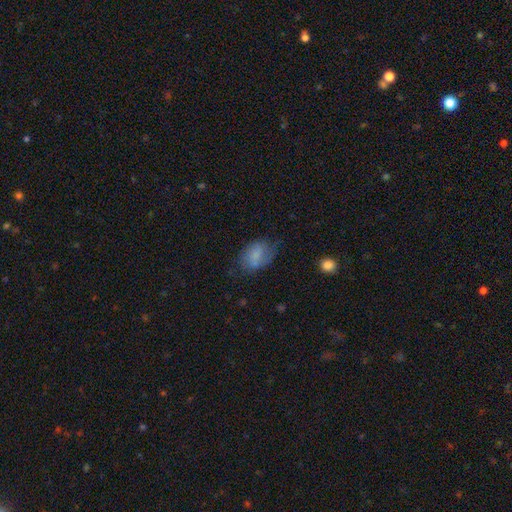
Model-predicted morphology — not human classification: smooth 71%, featured or disk 20%, star or artifact 9%. Down the decision tree: how rounded — in between (81%); merging — none (51%).